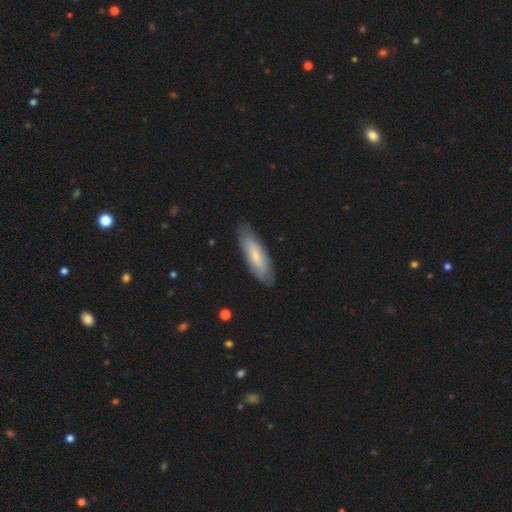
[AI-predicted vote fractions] The model was most divided on "how rounded" (2-way tie): in between: 49%, cigar-shaped: 49%, round: 2%. More confident: merging — none (82%); smooth or featured — smooth (61%).